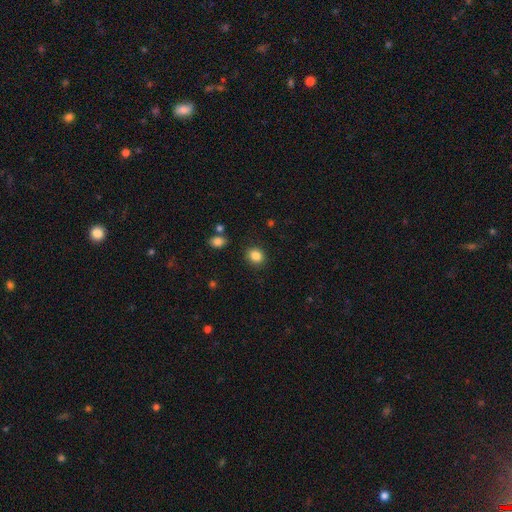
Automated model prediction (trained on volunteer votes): This appears to be a smooth galaxy with no disk features (85%) that is round (71%). Merging: none (88%).